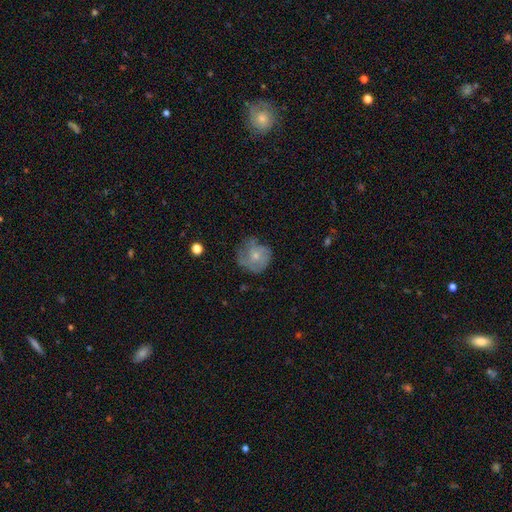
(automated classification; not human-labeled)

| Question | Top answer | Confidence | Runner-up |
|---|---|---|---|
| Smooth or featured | featured or disk | 48% | smooth (43%) |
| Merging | none | 56% | minor disturbance (27%) |